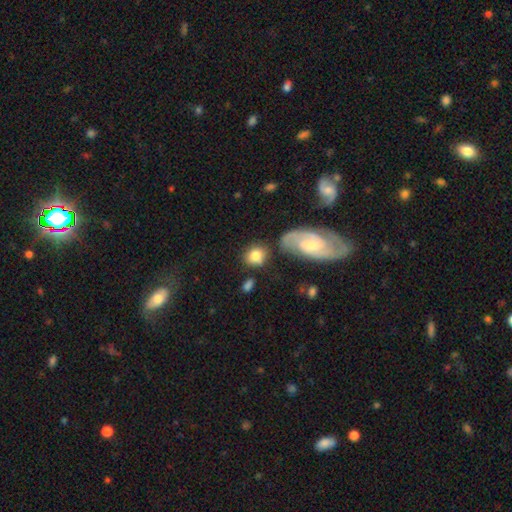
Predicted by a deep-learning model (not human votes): Smooth or featured? Predicted: smooth (p=0.72). How rounded? Predicted: round (p=0.67). Merging? Predicted: none (p=0.61).